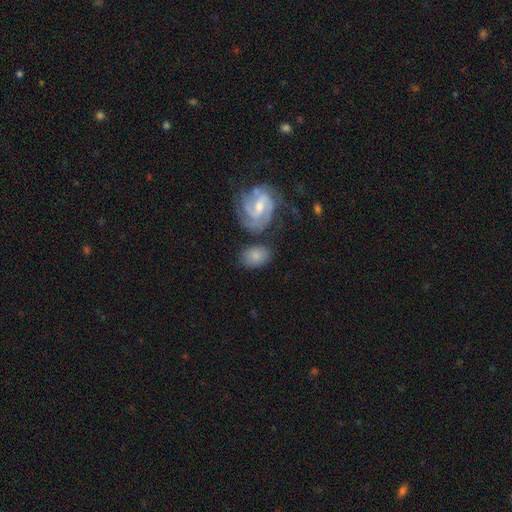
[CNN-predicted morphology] Smooth or featured? Predicted: smooth (p=0.63). How rounded? Predicted: in between (p=0.80). Merging? Predicted: none (p=0.63).